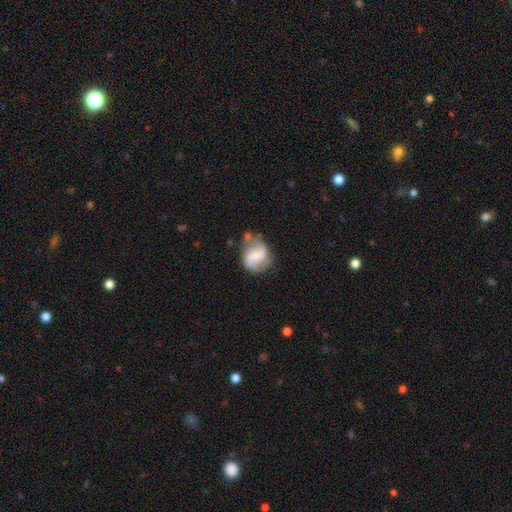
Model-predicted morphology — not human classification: This appears to be a featured or disk galaxy (67%) with a weak bar (46%), 2 (86%) loose (43%) spiral arms (89%) and a small central bulge (47%). Merging: none (55%).